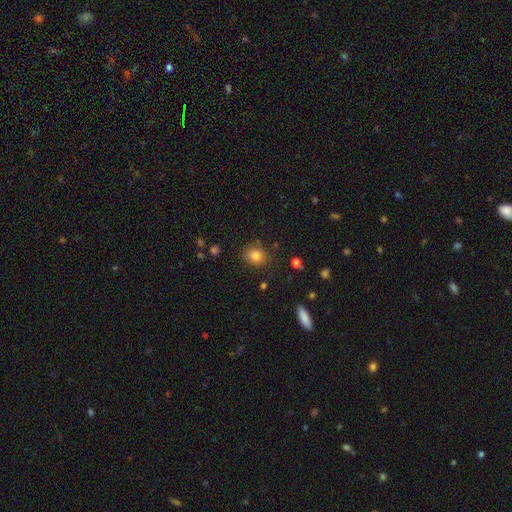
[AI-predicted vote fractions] This appears to be a smooth galaxy with no disk features (82%) that is round (65%). Merging: none (83%).